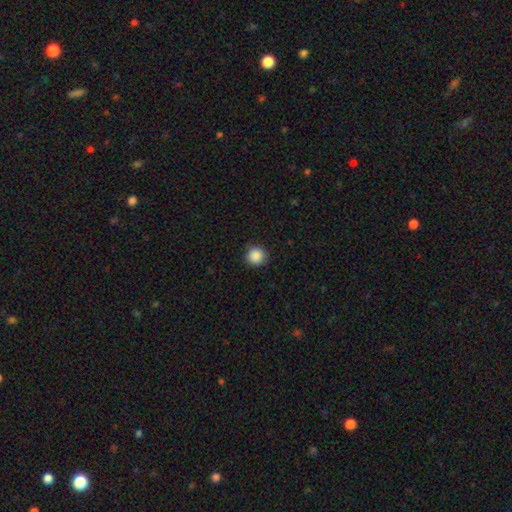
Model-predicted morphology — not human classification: This appears to be a smooth galaxy with no disk features (88%) that is round (94%). Merging: none (90%).